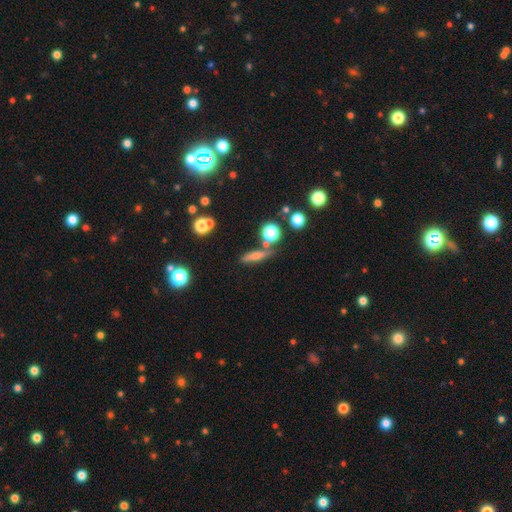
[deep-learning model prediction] A smooth galaxy with no disk features (61%) that is cigar-shaped (66%). Merging: none (71%).